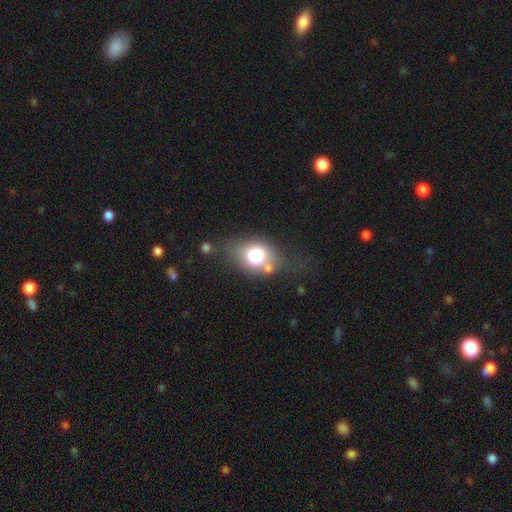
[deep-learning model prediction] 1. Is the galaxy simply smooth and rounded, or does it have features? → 71% smooth, 19% featured or disk, 10% star or artifact.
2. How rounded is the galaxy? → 61% in between, 37% round, 2% cigar-shaped.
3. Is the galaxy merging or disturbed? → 51% none, 22% minor disturbance, 15% merger, 12% major disturbance.